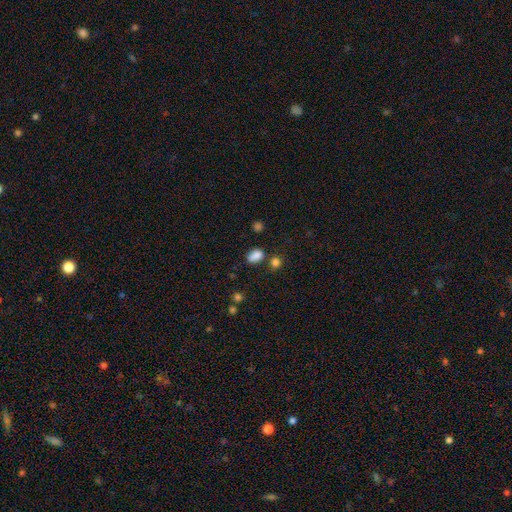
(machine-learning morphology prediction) smooth_or_featured: smooth (p=0.84) [alt: star or artifact p=0.12]
how_rounded: in between (p=0.81) [alt: round p=0.17]
merging: none (p=0.69) [alt: minor disturbance p=0.16]